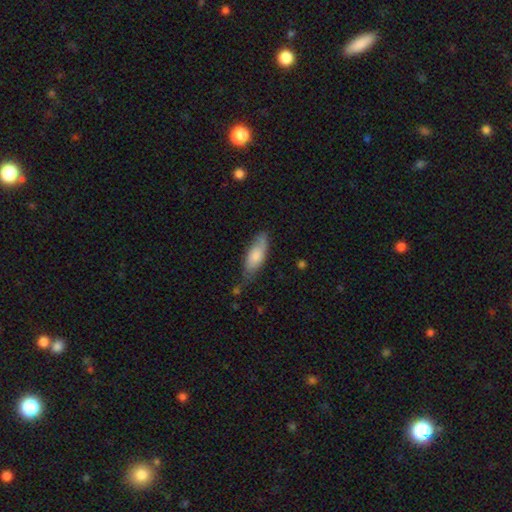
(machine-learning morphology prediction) Smooth or featured? Predicted: smooth (p=0.75). How rounded? Predicted: in between (p=0.64). Merging? Predicted: none (p=0.63).